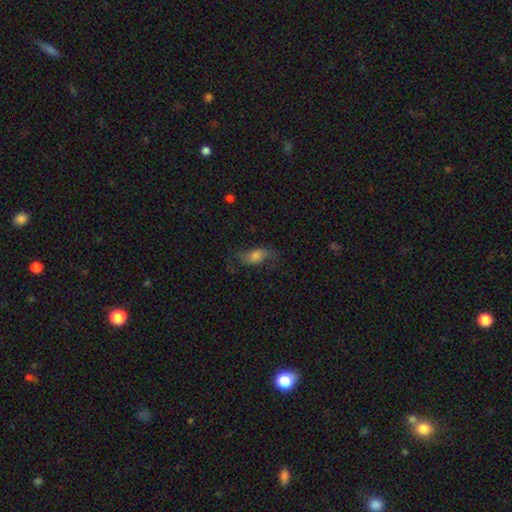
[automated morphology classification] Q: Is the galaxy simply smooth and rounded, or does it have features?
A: smooth — 59%.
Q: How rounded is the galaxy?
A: in between — 82%.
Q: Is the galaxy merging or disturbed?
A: none — 63%.